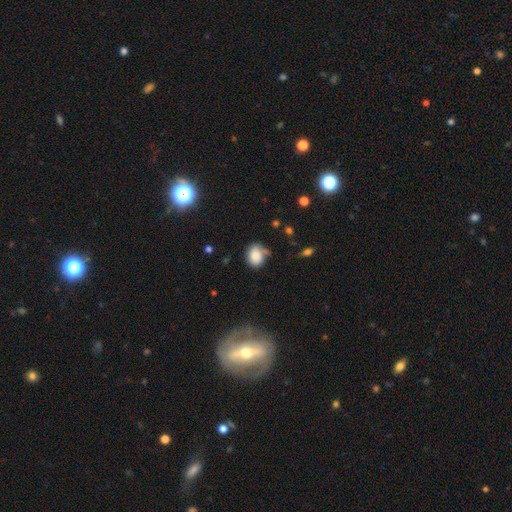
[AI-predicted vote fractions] Smooth or featured?
  - smooth: 84% *
  - star or artifact: 9%
  - featured or disk: 7%
How rounded?
  - in between: 55% *
  - round: 44%
  - cigar-shaped: 1%
Merging?
  - none: 61% *
  - minor disturbance: 24%
  - merger: 8%
  - major disturbance: 7%